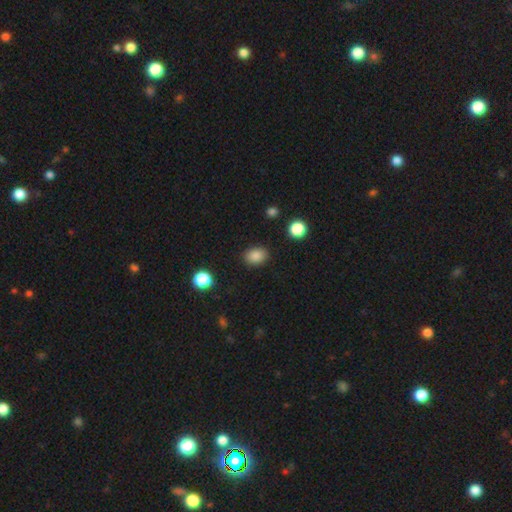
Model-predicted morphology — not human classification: Smooth or featured: smooth — 86% (star or artifact — 10%)
How rounded: in between — 70% (round — 29%)
Merging: none — 87% (minor disturbance — 9%)